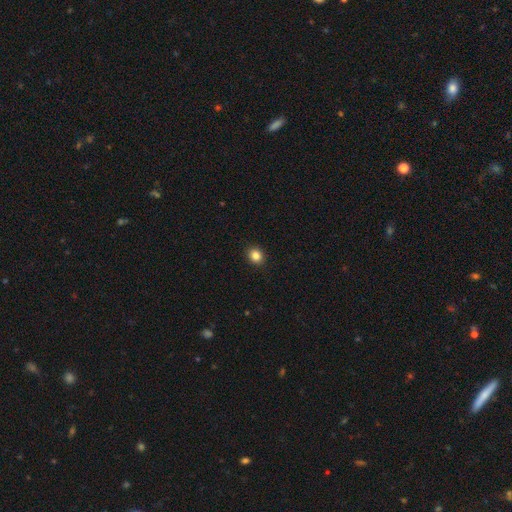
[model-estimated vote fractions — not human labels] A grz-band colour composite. It shows a smooth galaxy with no disk features (85%) that is round (67%). Merging: none (92%).